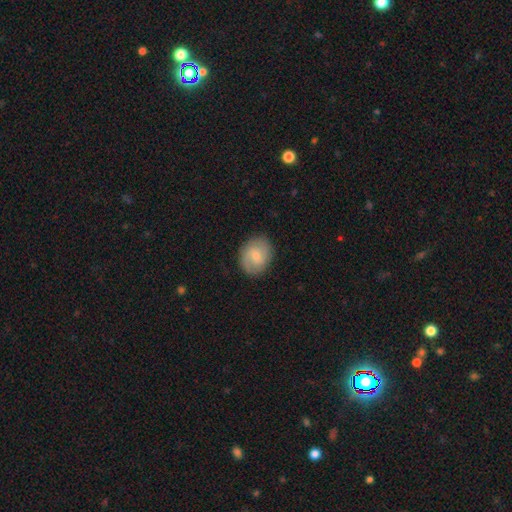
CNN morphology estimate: This appears to be a smooth galaxy with no disk features (50%). Merging: none (85%).